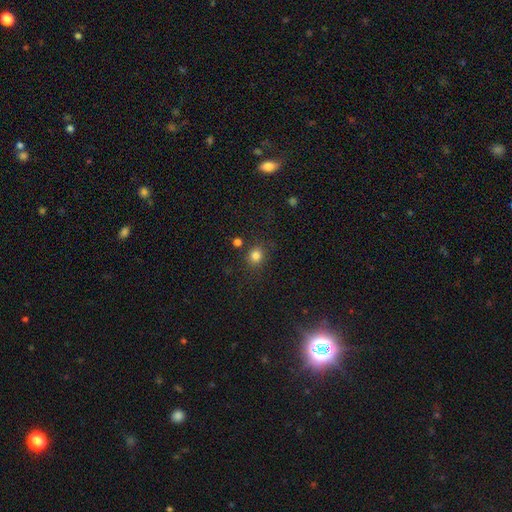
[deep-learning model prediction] Smooth or featured? Predicted: smooth (p=0.81). How rounded? Predicted: round (p=0.82). Merging? Predicted: none (p=0.78).